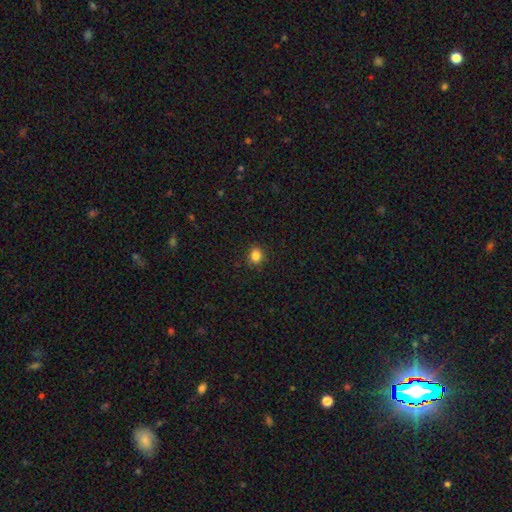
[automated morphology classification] Smooth or featured? smooth (85%)
How rounded? round (68%)
Merging? none (88%)